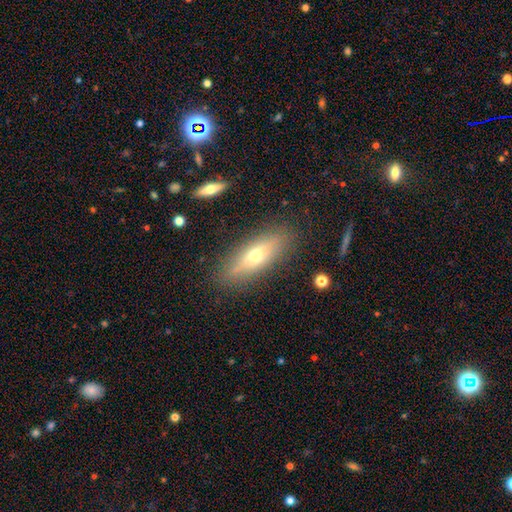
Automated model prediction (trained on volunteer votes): Overall: smooth (55%; featured or disk 36%). How rounded: cigar-shaped (49%; in between 48%). Merging: none (84%).